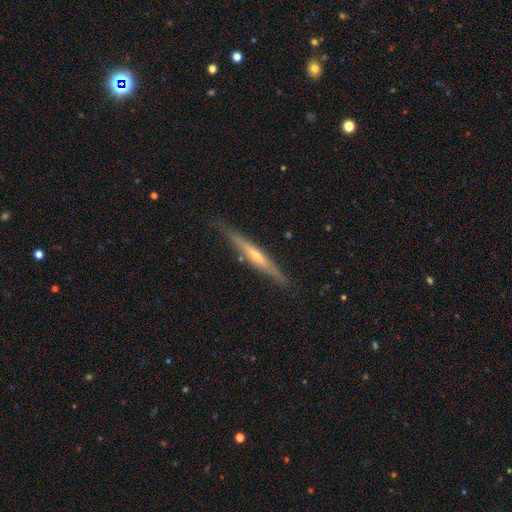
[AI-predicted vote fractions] This appears to be a featured or disk galaxy (70%) viewed edge-on (96%) with a rounded central bulge (65%). Merging: none (85%).